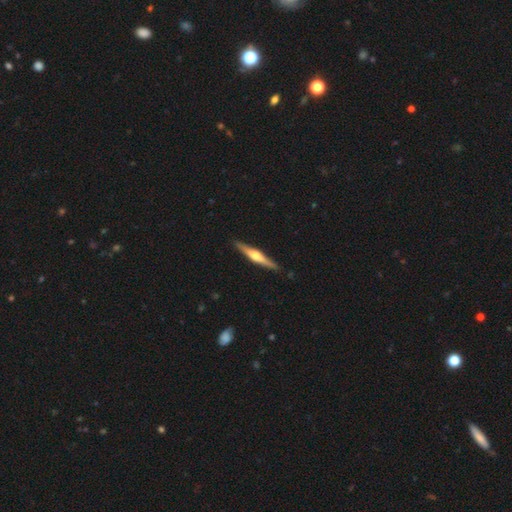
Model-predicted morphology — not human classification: This is likely a featured or disk galaxy (71%). It is clearly viewed edge-on (98%). Edge-on bulge: clearly rounded (92%). Merging: clearly none (90%).